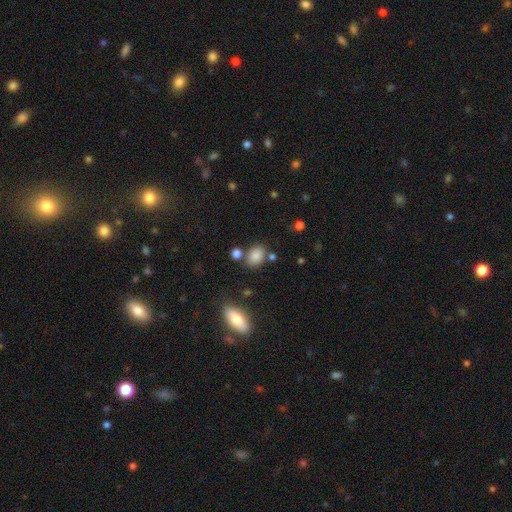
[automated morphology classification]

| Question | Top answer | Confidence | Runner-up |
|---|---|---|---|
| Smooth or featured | smooth | 83% | star or artifact (11%) |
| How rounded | in between | 73% | round (26%) |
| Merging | none | 72% | minor disturbance (13%) |